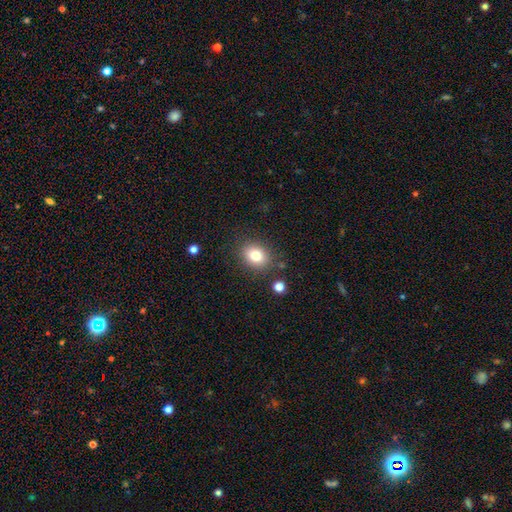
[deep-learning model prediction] Smooth or featured: smooth — 80% (star or artifact — 11%)
How rounded: round — 53% (in between — 46%)
Merging: none — 84% (minor disturbance — 10%)